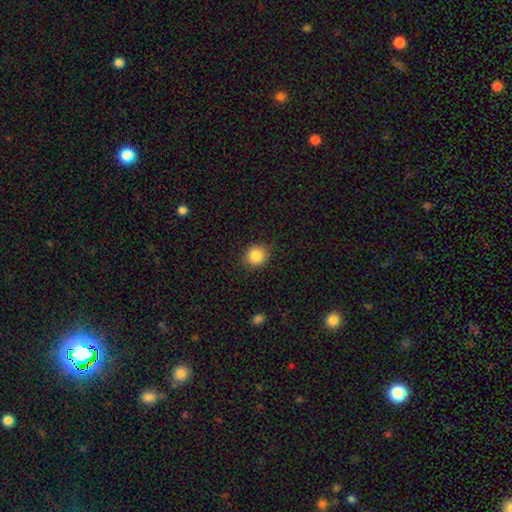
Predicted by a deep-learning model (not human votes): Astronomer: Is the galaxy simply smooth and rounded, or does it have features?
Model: smooth — 86%.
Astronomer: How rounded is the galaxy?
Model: round — 87%.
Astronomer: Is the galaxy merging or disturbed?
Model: none — 88%.